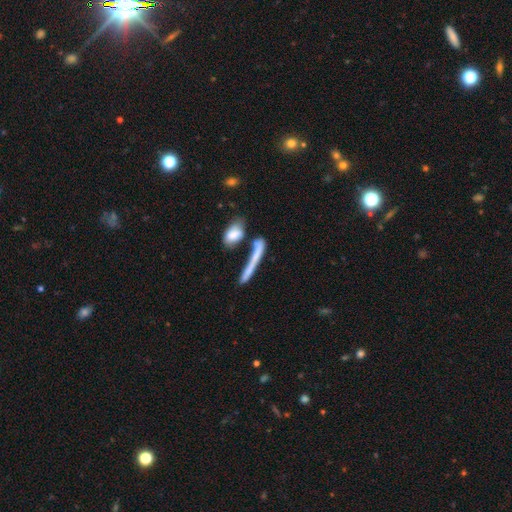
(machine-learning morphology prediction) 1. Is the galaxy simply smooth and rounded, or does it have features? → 57% smooth, 33% featured or disk, 10% star or artifact.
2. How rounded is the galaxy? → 82% cigar-shaped, 13% in between, 5% round.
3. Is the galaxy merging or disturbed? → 41% none, 32% merger, 15% minor disturbance, 12% major disturbance.